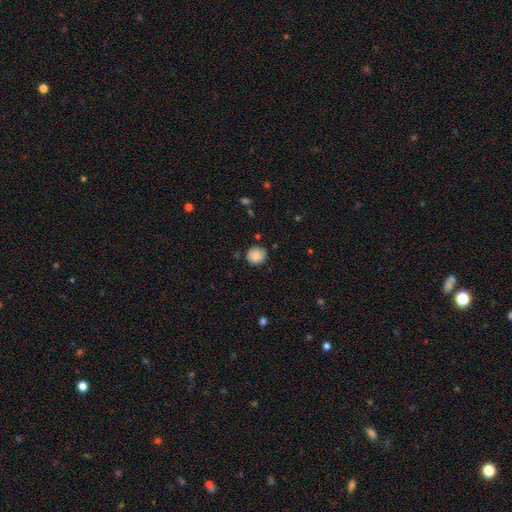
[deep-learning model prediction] smooth_or_featured: smooth (p=0.87) [alt: star or artifact p=0.08]
how_rounded: round (p=0.89) [alt: in between p=0.10]
merging: none (p=0.80) [alt: minor disturbance p=0.15]